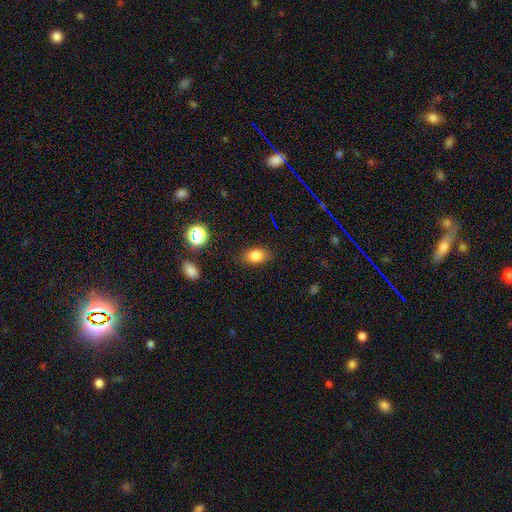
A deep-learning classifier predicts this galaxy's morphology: Smooth or featured?
  - smooth: 81% *
  - star or artifact: 12%
  - featured or disk: 8%
How rounded?
  - in between: 80% *
  - round: 18%
  - cigar-shaped: 2%
Merging?
  - none: 84% *
  - minor disturbance: 12%
  - major disturbance: 3%
  - merger: 2%